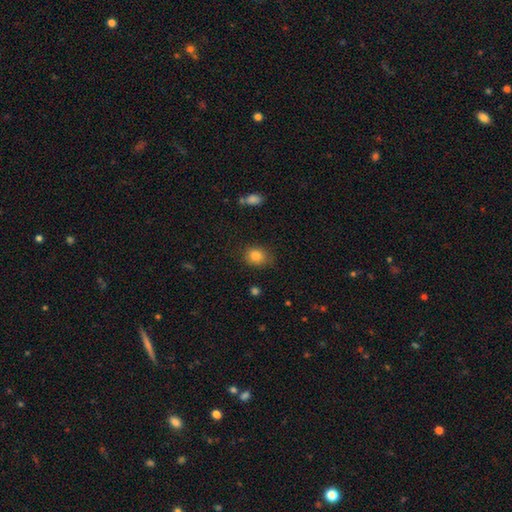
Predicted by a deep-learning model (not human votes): smooth 84%, star or artifact 10%, featured or disk 6%. Down the decision tree: how rounded — round (55%); merging — none (76%).